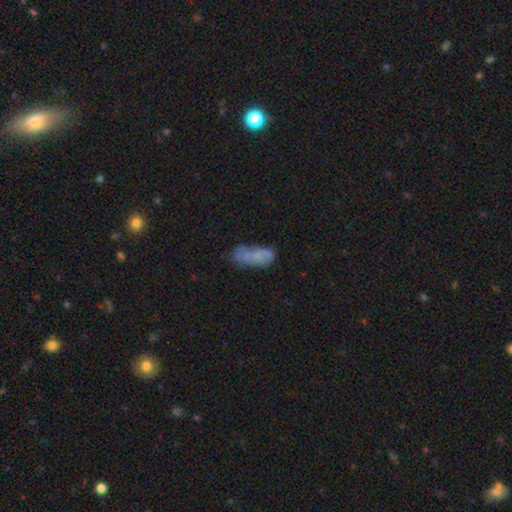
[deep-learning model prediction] A smooth galaxy with no disk features (55%) that is in between round and cigar-shaped (81%). Merging: none (47%).